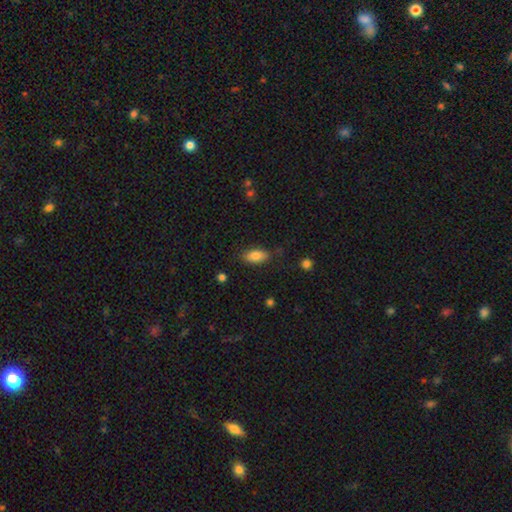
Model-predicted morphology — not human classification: A smooth galaxy with no disk features (82%) that is in between round and cigar-shaped (87%).

Vote fractions:
- Smooth or featured? smooth: 82% / featured or disk: 11% / star or artifact: 8%
- How rounded? in between: 87% / cigar-shaped: 10% / round: 3%
- Merging? none: 80% / minor disturbance: 14% / major disturbance: 3% / merger: 2%